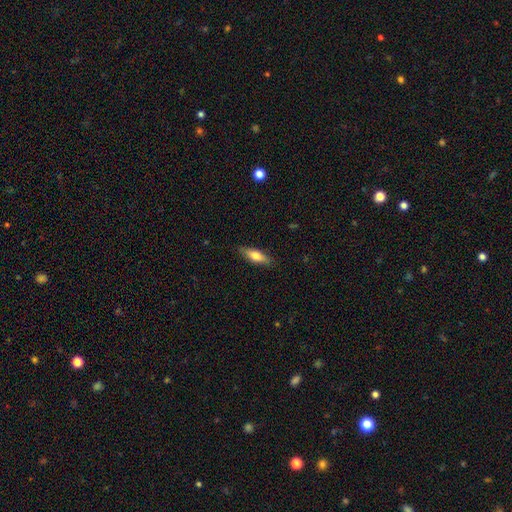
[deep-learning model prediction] smooth 66%, featured or disk 28%, star or artifact 7%. Down the decision tree: how rounded — in between (57%); merging — none (84%).